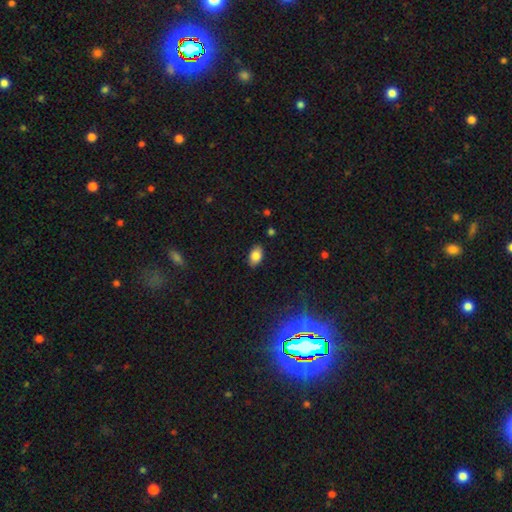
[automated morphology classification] This appears to be a smooth galaxy with no disk features (82%) that is in between round and cigar-shaped (90%). Merging: none (86%).